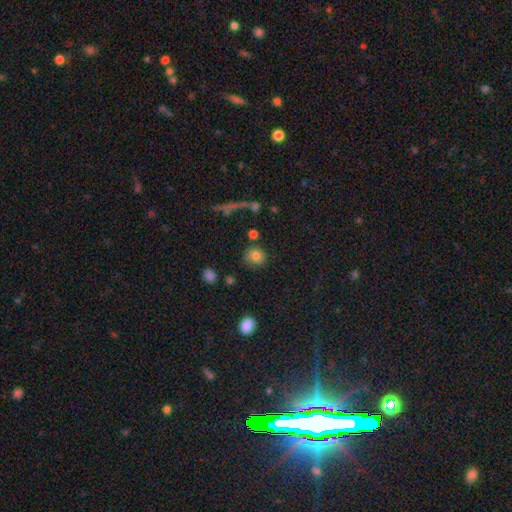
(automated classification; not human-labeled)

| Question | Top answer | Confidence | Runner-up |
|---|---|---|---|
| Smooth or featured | smooth | 78% | star or artifact (12%) |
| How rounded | round | 84% | in between (14%) |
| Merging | none | 78% | minor disturbance (13%) |